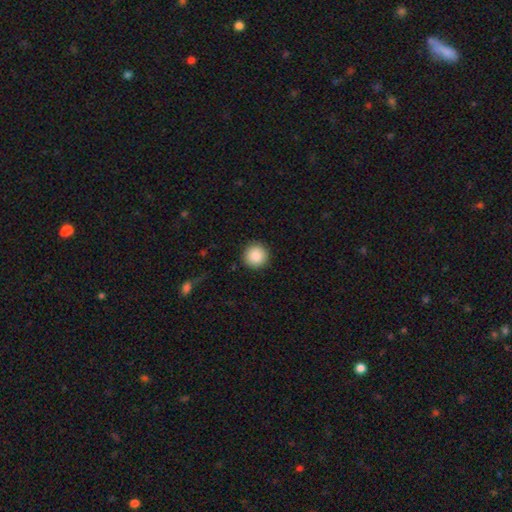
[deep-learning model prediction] smooth_or_featured: smooth (p=0.89) [alt: star or artifact p=0.08]
how_rounded: round (p=0.96) [alt: in between p=0.04]
merging: none (p=0.91) [alt: minor disturbance p=0.06]